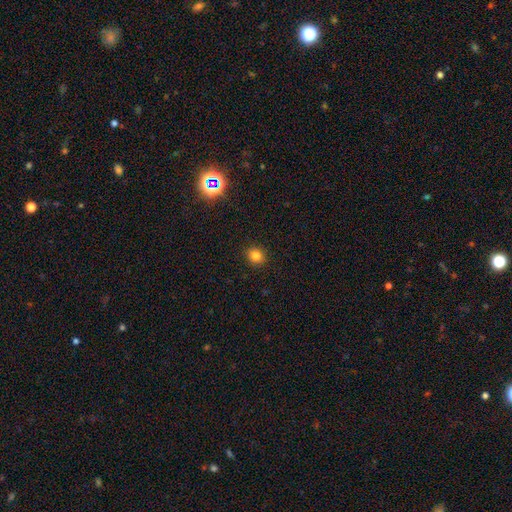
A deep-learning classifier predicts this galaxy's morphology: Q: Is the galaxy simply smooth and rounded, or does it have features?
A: smooth — 81%.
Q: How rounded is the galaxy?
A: round — 81%.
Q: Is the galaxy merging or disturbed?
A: none — 91%.